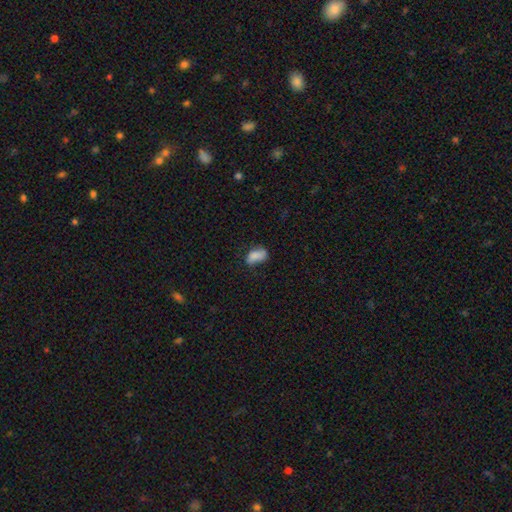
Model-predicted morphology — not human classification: This is clearly a smooth galaxy (82%). How rounded: clearly in between (91%). Merging: possibly none (52%).